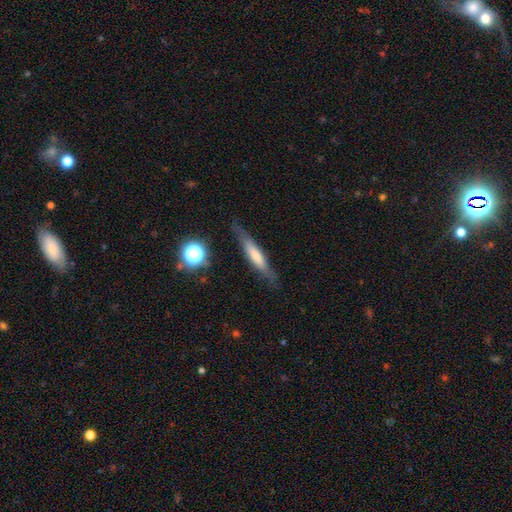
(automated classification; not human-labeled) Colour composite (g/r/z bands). It shows a smooth galaxy with no disk features (56%) that is cigar-shaped (87%). Merging: none (78%).